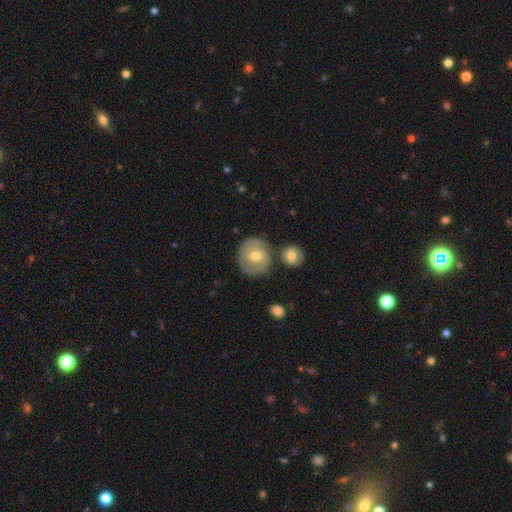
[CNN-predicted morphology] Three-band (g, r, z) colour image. It shows a smooth galaxy with no disk features (49%). Merging: none (68%).